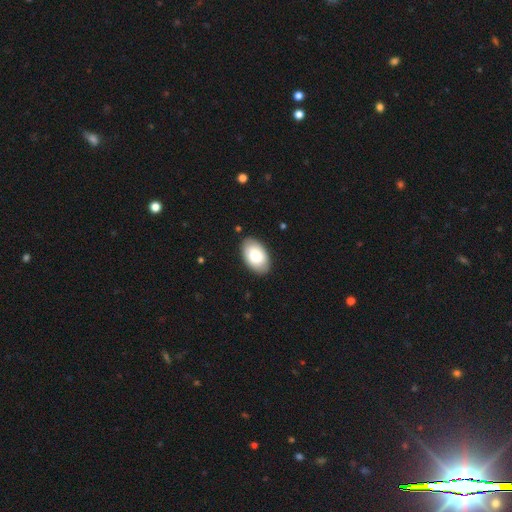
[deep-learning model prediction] smooth_or_featured: smooth (p=0.80) [alt: featured or disk p=0.14]
how_rounded: in between (p=0.94) [alt: round p=0.05]
merging: none (p=0.87) [alt: minor disturbance p=0.10]